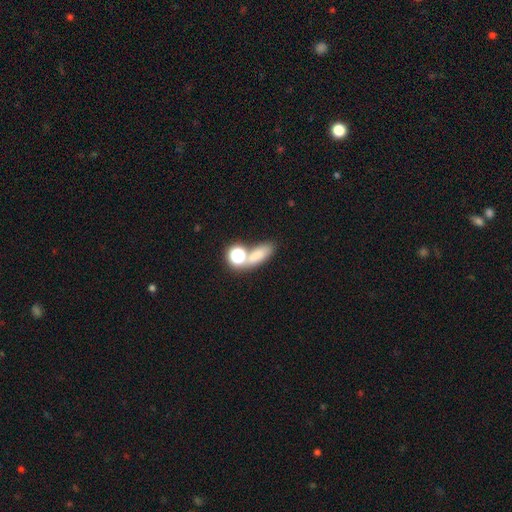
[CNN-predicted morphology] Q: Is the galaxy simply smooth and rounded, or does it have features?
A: smooth — 70%.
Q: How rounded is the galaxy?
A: in between — 59%.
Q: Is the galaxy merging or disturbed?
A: none — 56%.